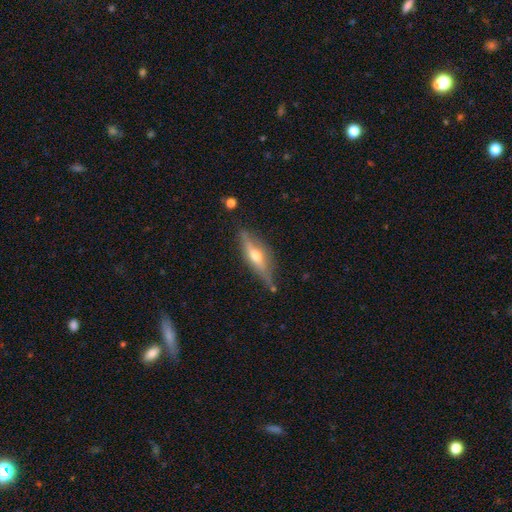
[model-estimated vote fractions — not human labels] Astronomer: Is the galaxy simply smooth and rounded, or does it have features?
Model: featured or disk — 65%.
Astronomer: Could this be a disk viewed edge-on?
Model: yes — 91%.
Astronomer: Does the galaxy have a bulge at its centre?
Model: rounded — 91%.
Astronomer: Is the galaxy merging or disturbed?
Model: none — 75%.